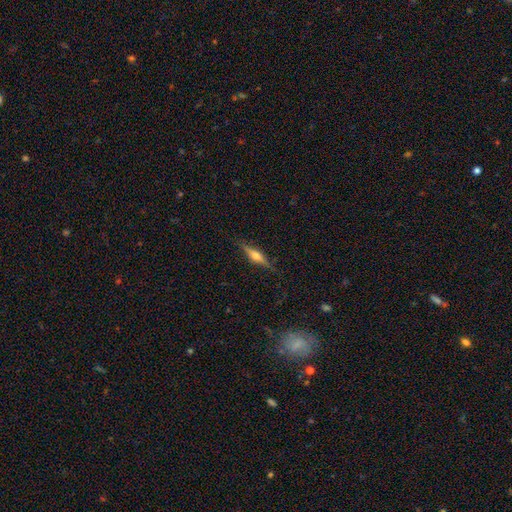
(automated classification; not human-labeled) This appears to be a featured or disk galaxy (65%) viewed edge-on (96%) with a rounded central bulge (92%). Merging: none (86%).